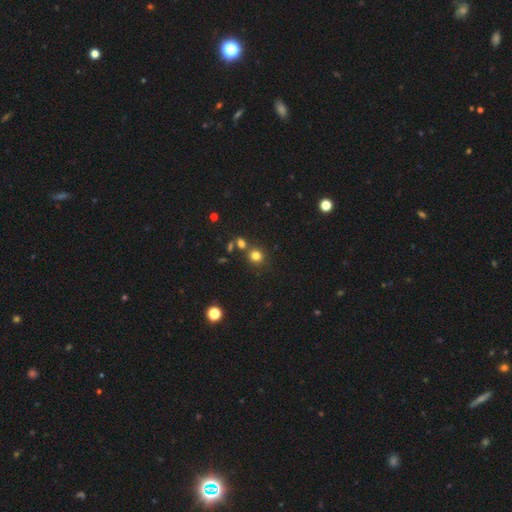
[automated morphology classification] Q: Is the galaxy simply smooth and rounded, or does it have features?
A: smooth — 78%.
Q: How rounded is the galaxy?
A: round — 88%.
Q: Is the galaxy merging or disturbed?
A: none — 74%.